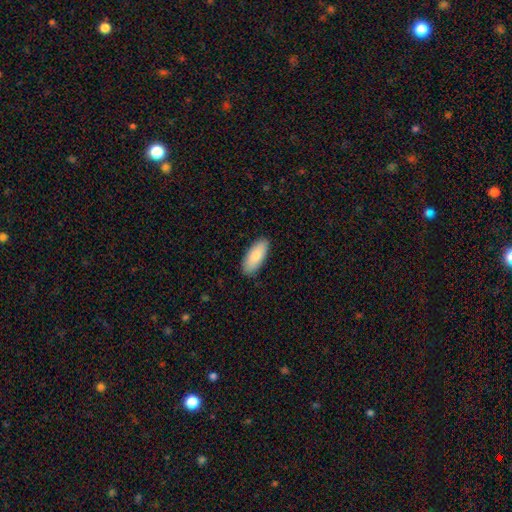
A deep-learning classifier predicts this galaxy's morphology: This appears to be a smooth galaxy with no disk features (86%) that is in between round and cigar-shaped (86%). Merging: none (88%).